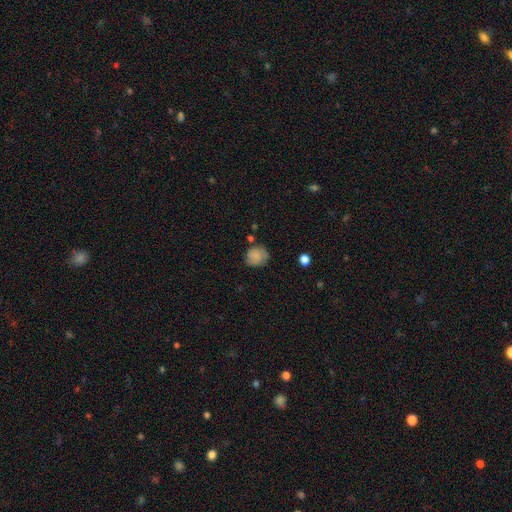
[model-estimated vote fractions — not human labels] Smooth or featured?
  - smooth: 78% *
  - featured or disk: 12%
  - star or artifact: 9%
How rounded?
  - round: 77% *
  - in between: 22%
  - cigar-shaped: 1%
Merging?
  - none: 65% *
  - minor disturbance: 24%
  - major disturbance: 7%
  - merger: 4%